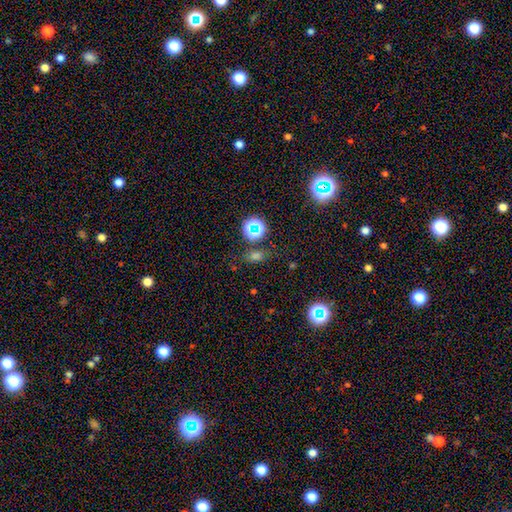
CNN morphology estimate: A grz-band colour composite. It shows a smooth galaxy with no disk features (50%). Merging: none (75%).